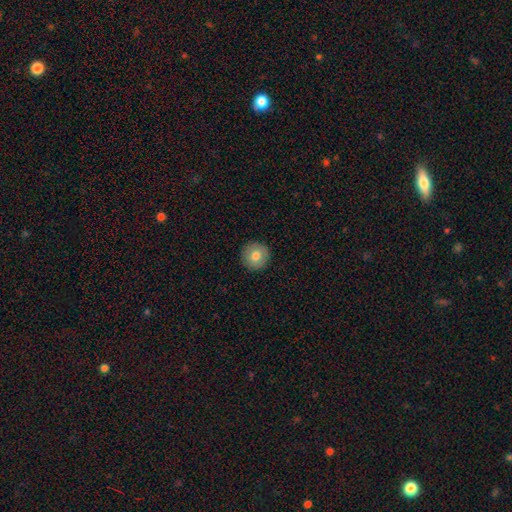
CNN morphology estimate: This is likely a smooth galaxy (78%). How rounded: clearly round (95%). Merging: clearly none (92%).